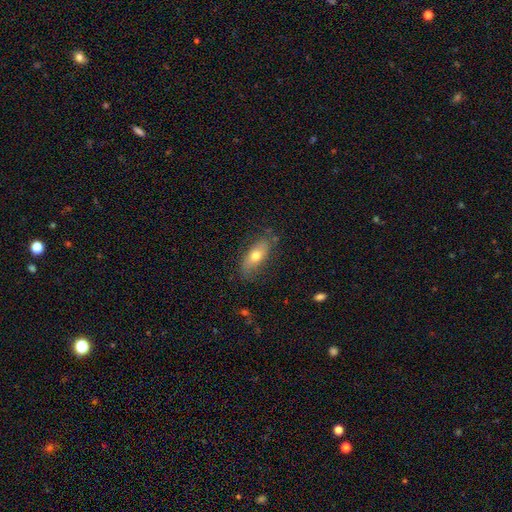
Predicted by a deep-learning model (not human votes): A smooth galaxy with no disk features (65%) that is in between round and cigar-shaped (77%).

Vote fractions:
- Smooth or featured? smooth: 65% / featured or disk: 28% / star or artifact: 7%
- How rounded? in between: 77% / cigar-shaped: 19% / round: 4%
- Merging? none: 75% / minor disturbance: 18% / major disturbance: 5% / merger: 2%